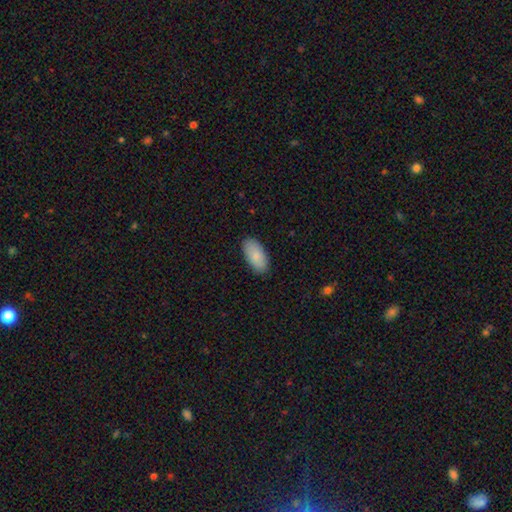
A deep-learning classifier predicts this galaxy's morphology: smooth_or_featured: smooth (p=0.88) [alt: featured or disk p=0.07]
how_rounded: in between (p=0.94) [alt: cigar-shaped p=0.04]
merging: none (p=0.88) [alt: minor disturbance p=0.09]